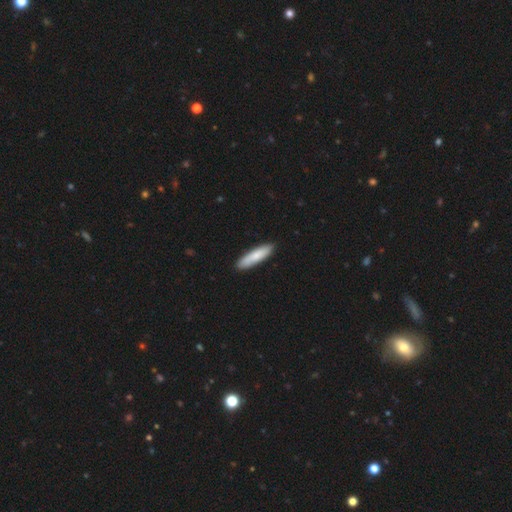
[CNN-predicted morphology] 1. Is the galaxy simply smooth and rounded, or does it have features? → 79% smooth, 16% featured or disk, 5% star or artifact.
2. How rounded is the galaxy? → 75% cigar-shaped, 23% in between, 1% round.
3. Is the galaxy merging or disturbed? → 88% none, 9% minor disturbance, 1% major disturbance, 1% merger.